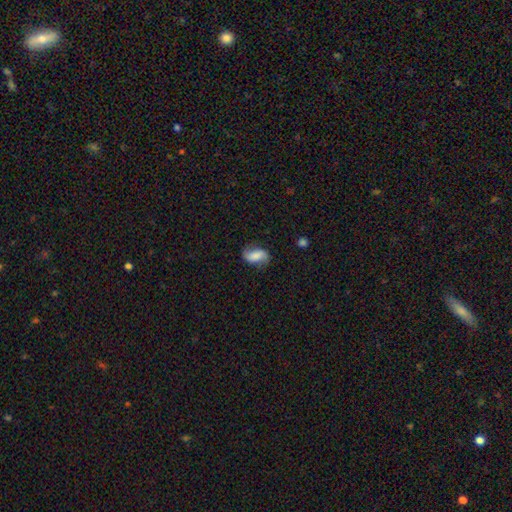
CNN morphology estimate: type=smooth (47%); merging=none (71%).